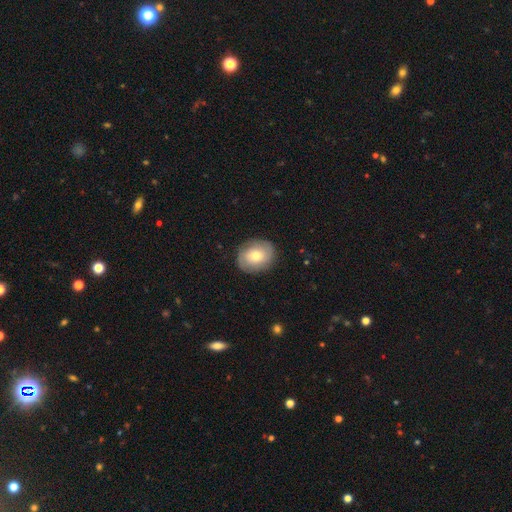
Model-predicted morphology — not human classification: smooth_or_featured: smooth (p=0.63) [alt: featured or disk p=0.29]
how_rounded: round (p=0.60) [alt: in between p=0.39]
merging: none (p=0.86) [alt: minor disturbance p=0.10]